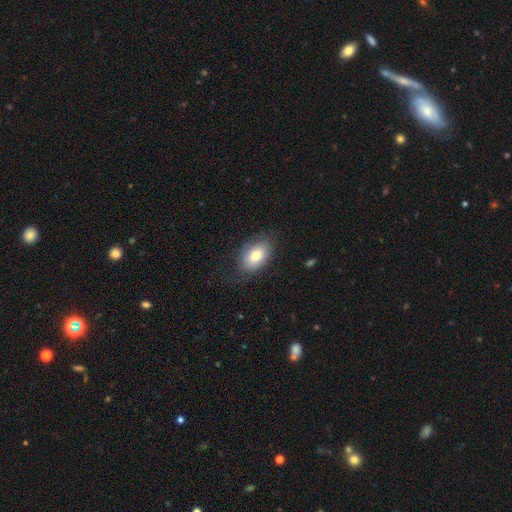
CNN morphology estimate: This appears to be a smooth galaxy with no disk features (77%) that is in between round and cigar-shaped (90%). Merging: none (70%).